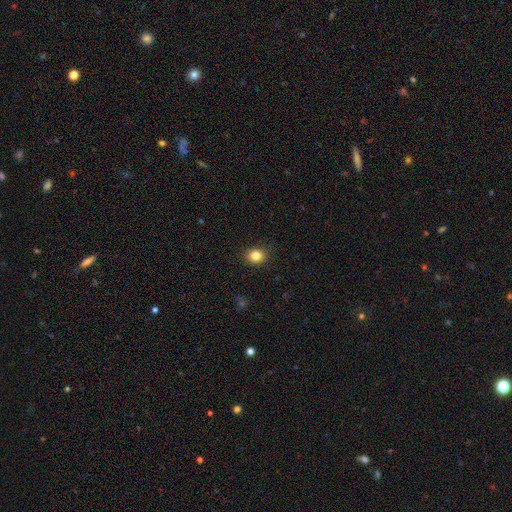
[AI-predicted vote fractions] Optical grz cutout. It shows a smooth galaxy with no disk features (84%) that is round (60%). Merging: none (88%).